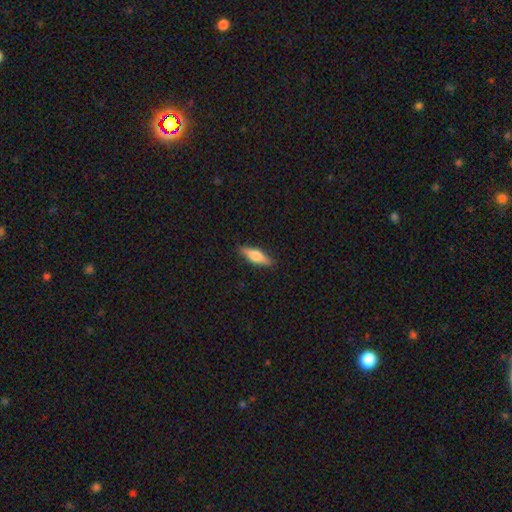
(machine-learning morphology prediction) This appears to be a smooth galaxy with no disk features (63%) that is cigar-shaped (52%). Merging: none (88%).